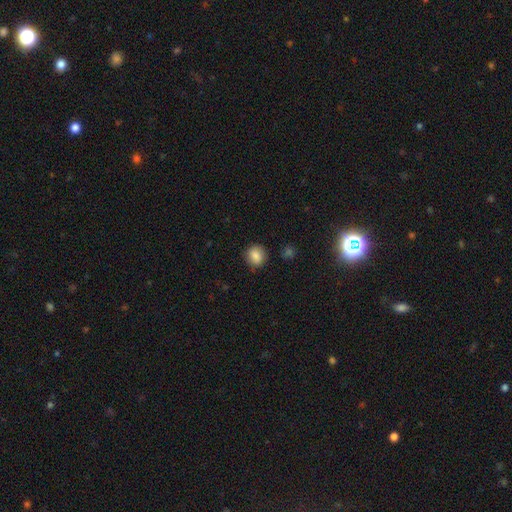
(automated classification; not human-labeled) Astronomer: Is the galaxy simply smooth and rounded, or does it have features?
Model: smooth — 86%.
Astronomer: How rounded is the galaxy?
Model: round — 76%.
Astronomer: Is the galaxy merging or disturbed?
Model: none — 85%.